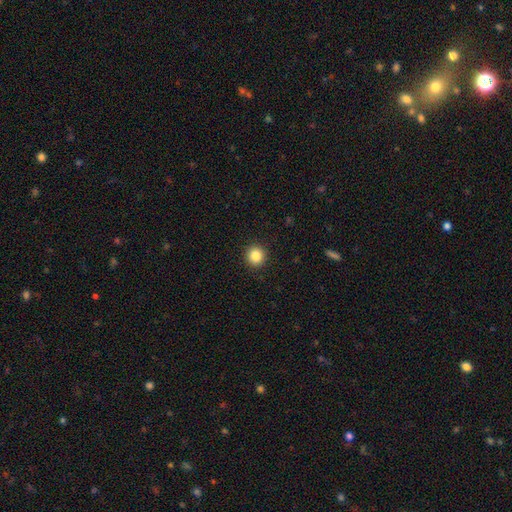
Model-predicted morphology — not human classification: This appears to be a smooth galaxy with no disk features (85%) that is round (93%). Merging: none (93%).